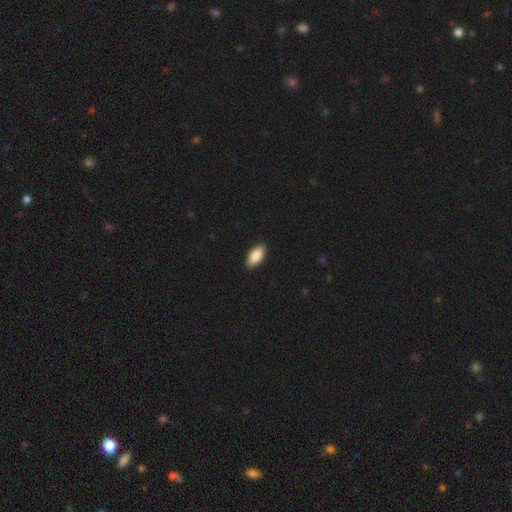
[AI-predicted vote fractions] Smooth or featured? smooth (86%)
How rounded? in between (89%)
Merging? none (90%)